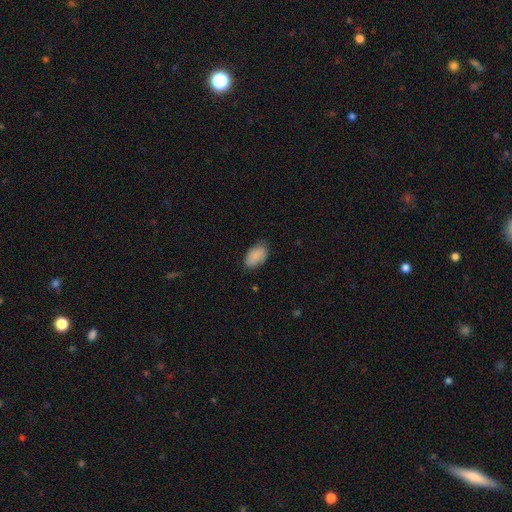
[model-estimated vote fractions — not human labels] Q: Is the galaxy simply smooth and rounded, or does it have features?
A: smooth — 84%.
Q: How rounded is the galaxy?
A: in between — 93%.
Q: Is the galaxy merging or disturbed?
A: none — 73%.